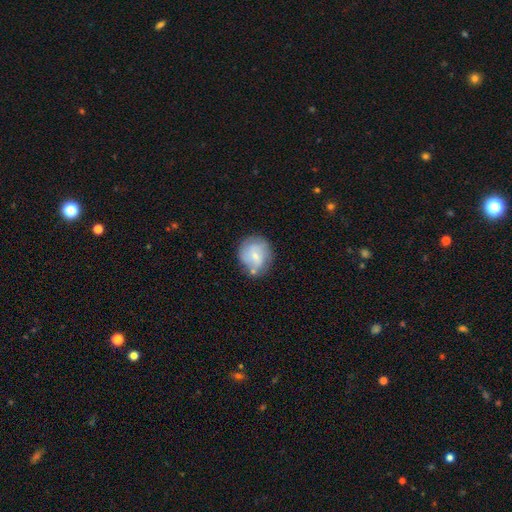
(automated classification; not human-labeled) Overall: smooth (56%; featured or disk 37%). How rounded: round (80%). Merging: none (67%).